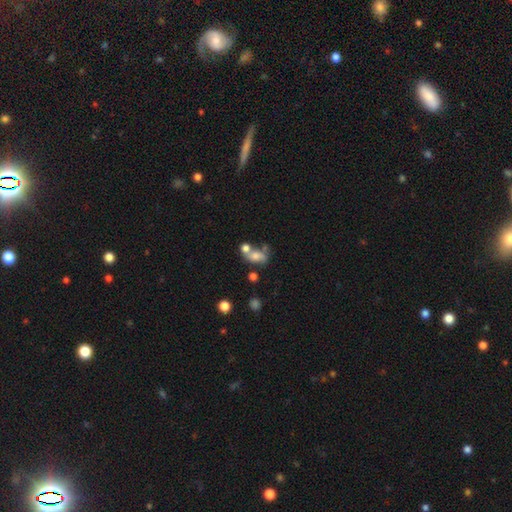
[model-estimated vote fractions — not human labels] Smooth or featured? smooth (59%)
How rounded? in between (73%)
Merging? merger (43%)